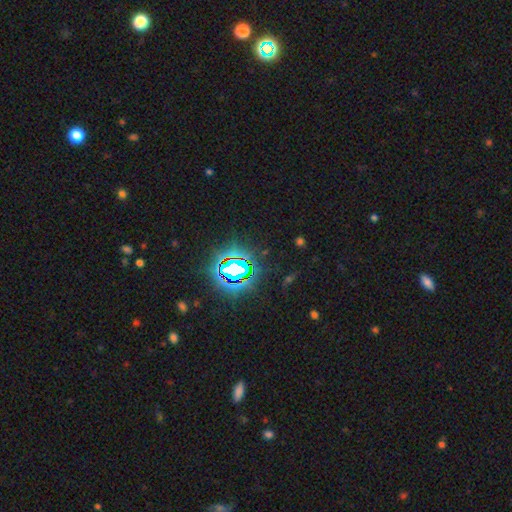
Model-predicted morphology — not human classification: type=star or artifact (83%).